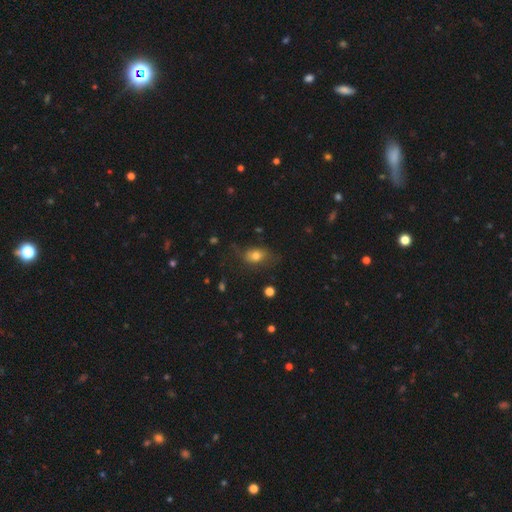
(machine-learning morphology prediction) Q: Smooth or featured?
A: smooth (71%); runner-up: featured or disk (16%)
Q: How rounded?
A: in between (73%); runner-up: round (25%)
Q: Merging?
A: none (60%); runner-up: minor disturbance (25%)